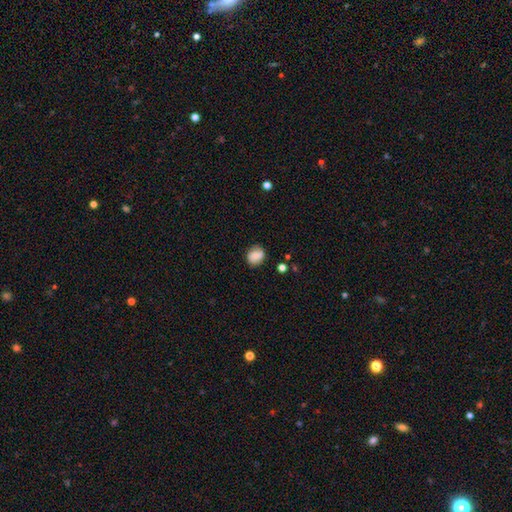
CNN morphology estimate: smooth 77%, featured or disk 14%, star or artifact 9%. Down the decision tree: how rounded — round (63%); merging — none (78%).